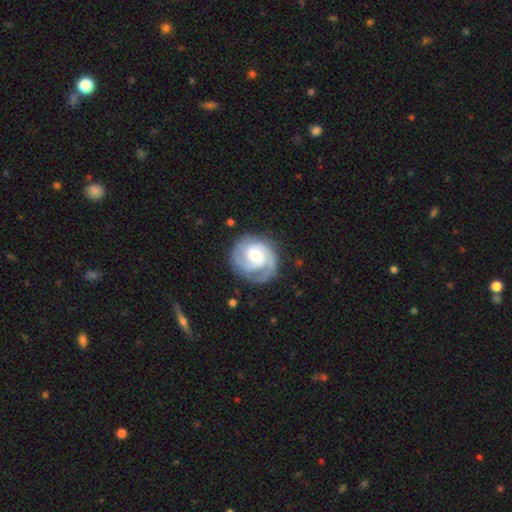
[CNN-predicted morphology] A featured or disk galaxy (82%) with no bar (65%), 2 (45%) tight (58%) spiral arms (96%) and a moderate central bulge (55%). Merging: none (74%).